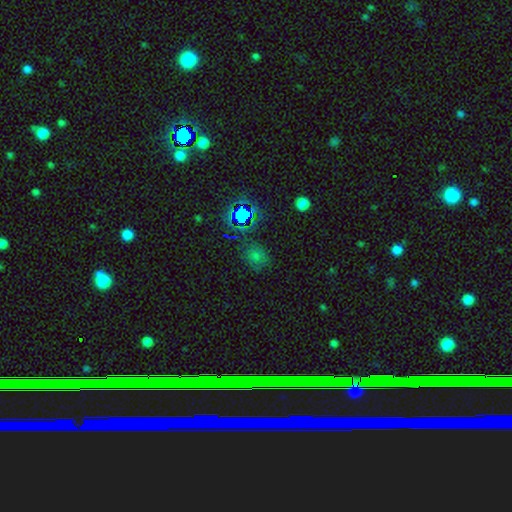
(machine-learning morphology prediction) Q: Smooth or featured?
A: smooth (59%); runner-up: star or artifact (32%)
Q: How rounded?
A: round (66%); runner-up: in between (33%)
Q: Merging?
A: none (72%); runner-up: minor disturbance (18%)